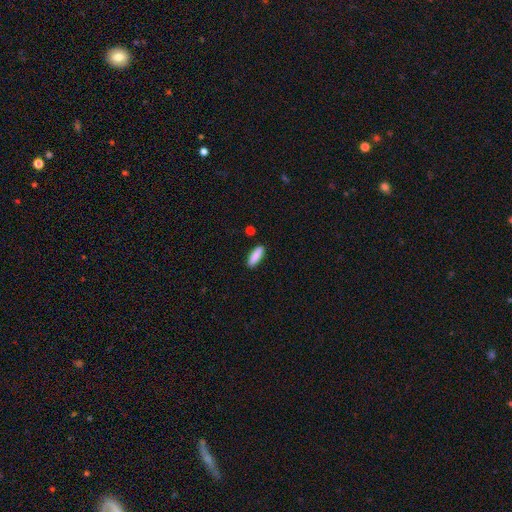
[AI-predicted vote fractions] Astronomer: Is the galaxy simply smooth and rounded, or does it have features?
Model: smooth — 89%.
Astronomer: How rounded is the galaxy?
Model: cigar-shaped — 50% (runner-up: in between, 48%).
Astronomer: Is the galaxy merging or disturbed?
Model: none — 88%.